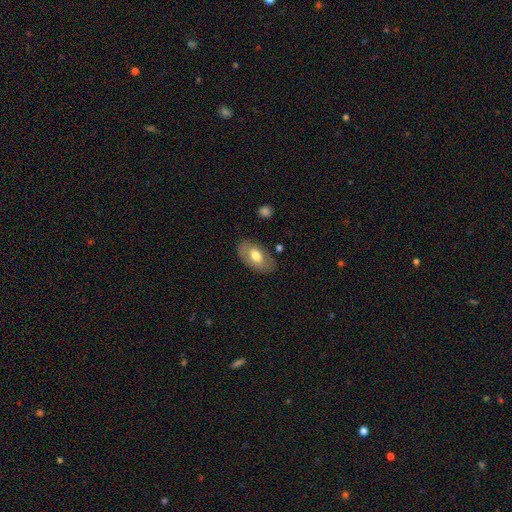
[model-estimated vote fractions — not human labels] Overall: smooth (65%; featured or disk 28%). How rounded: in between (93%). Merging: none (80%).